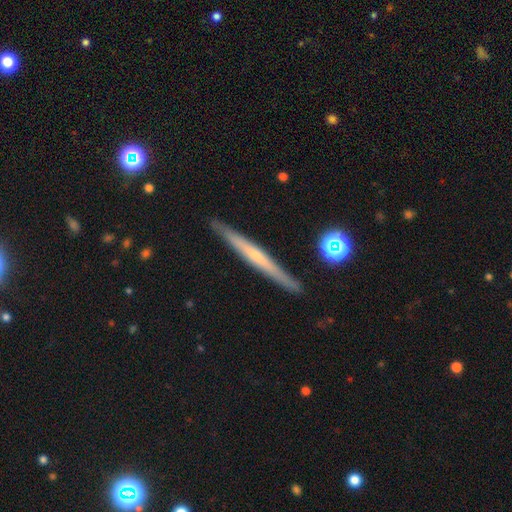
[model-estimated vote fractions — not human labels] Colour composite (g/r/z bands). It shows a featured or disk galaxy (59%) viewed edge-on (96%) with no central bulge (55%). Merging: none (90%).